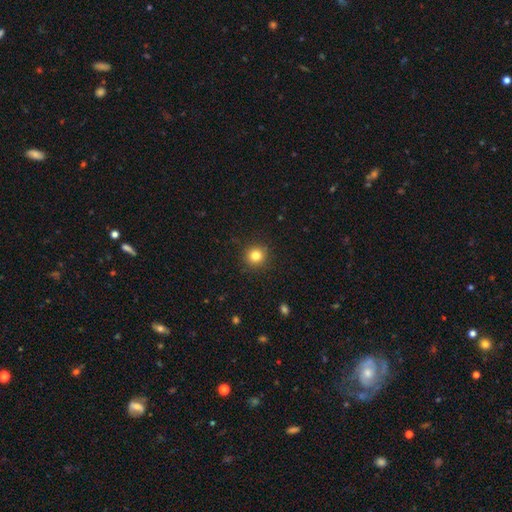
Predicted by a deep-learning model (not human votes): Overall: smooth (82%). How rounded: round (93%). Merging: none (91%).